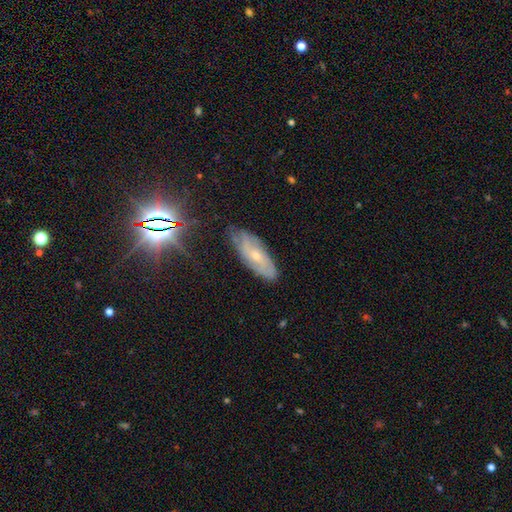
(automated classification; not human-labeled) smooth-or-featured: featured or disk: 57% | smooth: 30% | star or artifact: 13%
  disk-edge-on: no: 80% | yes: 20%
  merging: none: 76% | minor disturbance: 19% | major disturbance: 4% | merger: 1%